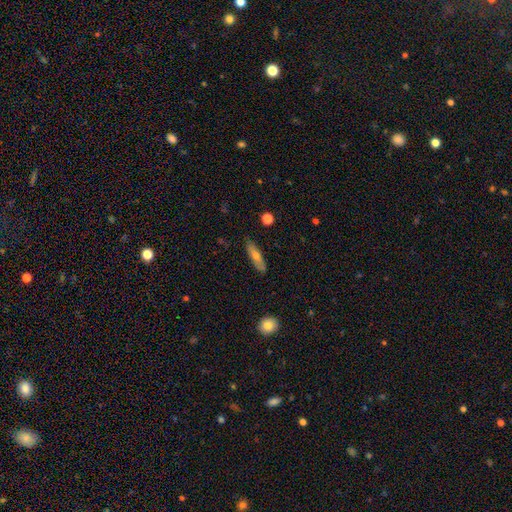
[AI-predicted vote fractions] Smooth or featured? smooth (53%)
How rounded? cigar-shaped (70%)
Merging? none (84%)